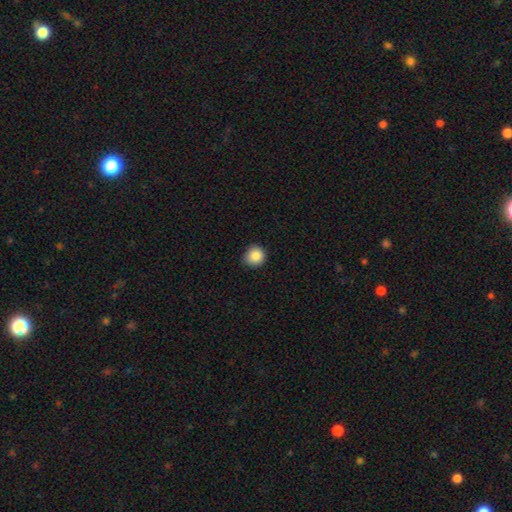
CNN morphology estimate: Smooth or featured: smooth — 87% (star or artifact — 9%)
How rounded: round — 90% (in between — 9%)
Merging: none — 83% (minor disturbance — 14%)